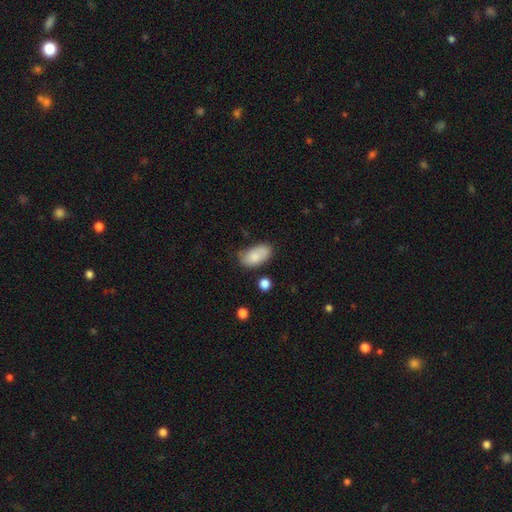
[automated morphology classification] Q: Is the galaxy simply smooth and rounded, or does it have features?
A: smooth — 84%.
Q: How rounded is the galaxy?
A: in between — 94%.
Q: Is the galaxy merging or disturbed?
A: none — 63%.